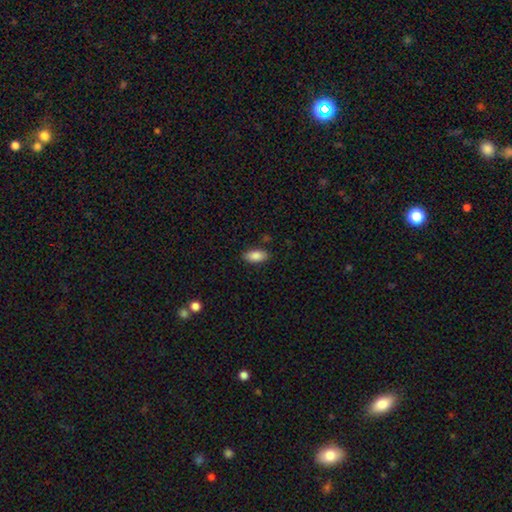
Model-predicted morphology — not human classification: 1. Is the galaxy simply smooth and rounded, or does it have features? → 87% smooth, 7% star or artifact, 6% featured or disk.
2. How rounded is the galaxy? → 90% in between, 7% cigar-shaped, 2% round.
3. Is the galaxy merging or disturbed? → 87% none, 10% minor disturbance, 2% major disturbance, 2% merger.